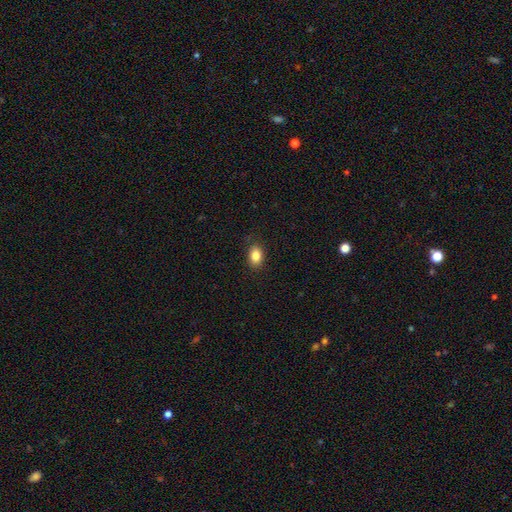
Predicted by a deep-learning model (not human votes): Smooth or featured: smooth — 85% (star or artifact — 9%)
How rounded: in between — 80% (round — 19%)
Merging: none — 85% (minor disturbance — 11%)